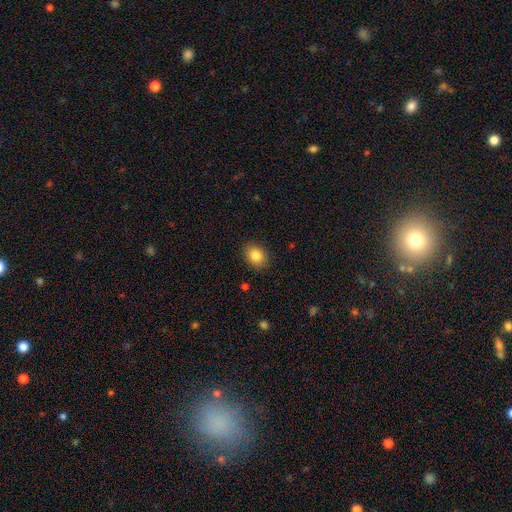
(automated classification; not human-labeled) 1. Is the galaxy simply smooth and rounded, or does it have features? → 84% smooth, 9% star or artifact, 7% featured or disk.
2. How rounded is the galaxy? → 59% in between, 40% round, 1% cigar-shaped.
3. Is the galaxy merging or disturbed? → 87% none, 9% minor disturbance, 2% major disturbance, 1% merger.